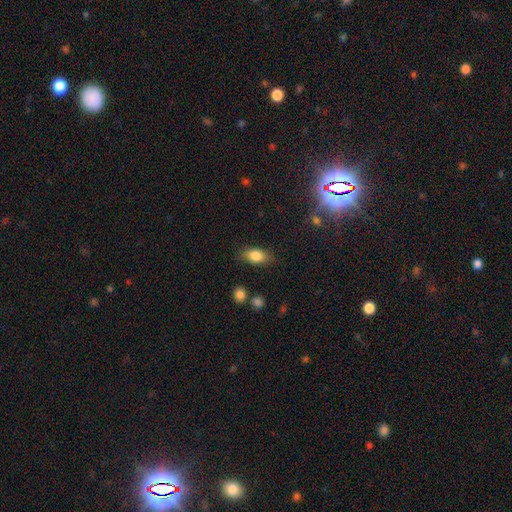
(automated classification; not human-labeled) This is clearly a smooth galaxy (83%). How rounded: clearly in between (86%). Merging: clearly none (80%).